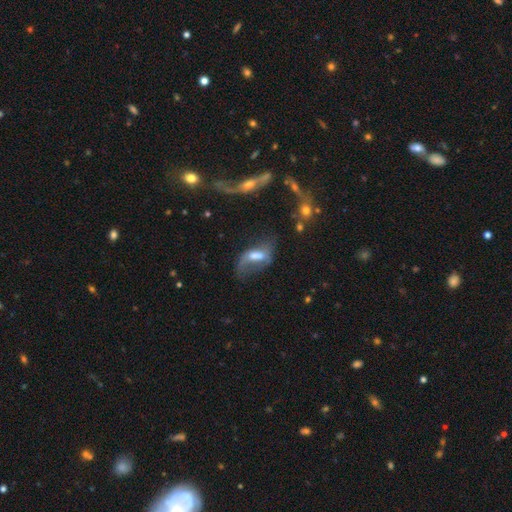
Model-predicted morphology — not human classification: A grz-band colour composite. It shows a featured or disk galaxy (58%) with a weak bar (42%), spiral arms (63%) and a moderate central bulge (45%). Merging: major disturbance (33%).